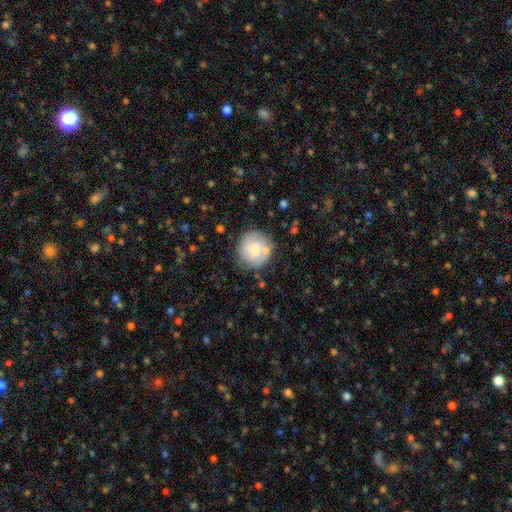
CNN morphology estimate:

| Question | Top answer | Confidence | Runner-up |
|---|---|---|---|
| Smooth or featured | smooth | 64% | featured or disk (29%) |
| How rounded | round | 93% | in between (6%) |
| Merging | none | 72% | minor disturbance (15%) |